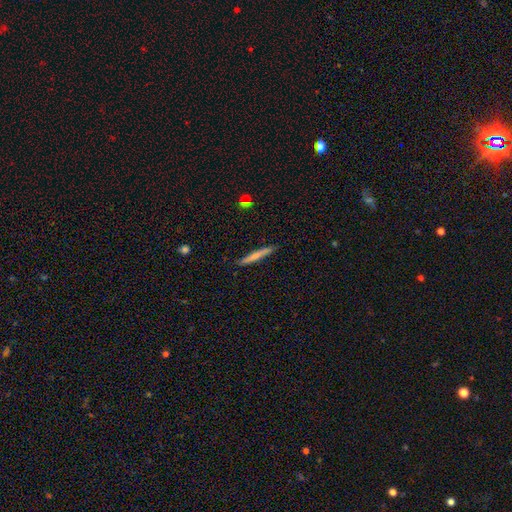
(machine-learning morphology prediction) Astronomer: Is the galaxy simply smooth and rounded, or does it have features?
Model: smooth — 63%.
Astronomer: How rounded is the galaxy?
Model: cigar-shaped — 95%.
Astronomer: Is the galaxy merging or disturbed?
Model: none — 87%.